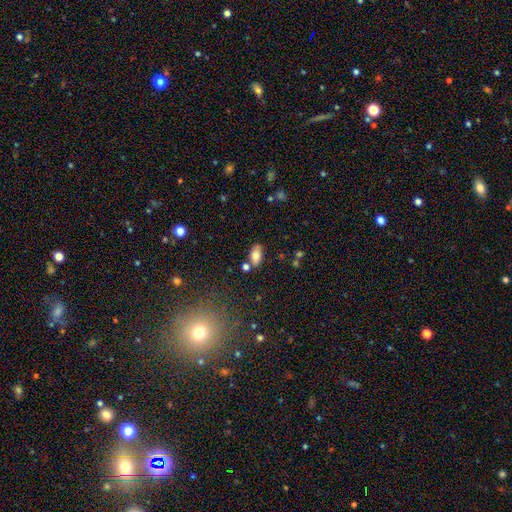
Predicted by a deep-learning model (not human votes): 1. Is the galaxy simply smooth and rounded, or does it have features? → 76% smooth, 17% featured or disk, 8% star or artifact.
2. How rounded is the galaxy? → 91% in between, 5% cigar-shaped, 4% round.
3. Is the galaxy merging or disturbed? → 77% none, 12% minor disturbance, 8% merger, 3% major disturbance.